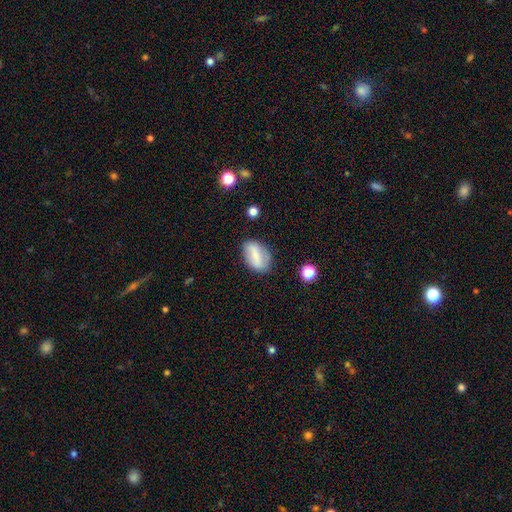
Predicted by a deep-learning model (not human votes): A smooth galaxy with no disk features (62%) that is in between round and cigar-shaped (85%). Merging: none (71%).